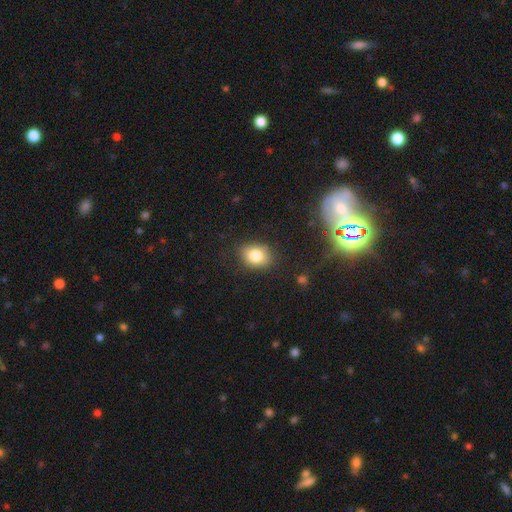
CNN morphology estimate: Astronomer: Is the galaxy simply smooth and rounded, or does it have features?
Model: smooth — 81%.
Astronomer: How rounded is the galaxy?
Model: in between — 63%.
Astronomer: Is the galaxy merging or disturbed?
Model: none — 83%.